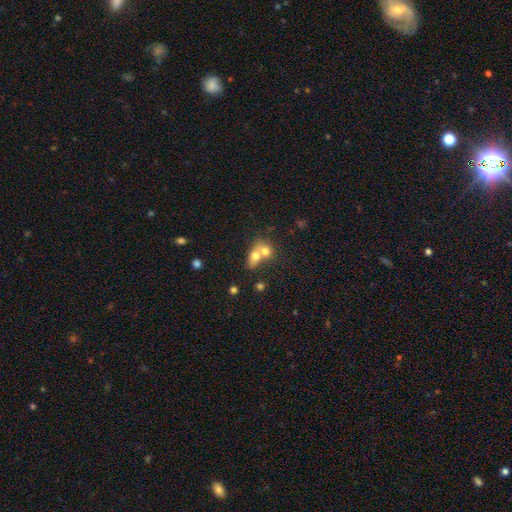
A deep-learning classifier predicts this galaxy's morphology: type=smooth (69%); roundness=in between (54%); merging=merger (70%).